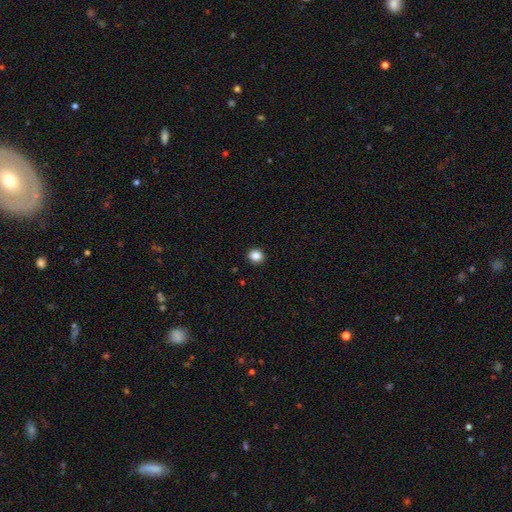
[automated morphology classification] The model was most divided on "how rounded": round: 78%, in between: 21%, cigar-shaped: 1%. More confident: merging — none (92%); smooth or featured — smooth (87%).